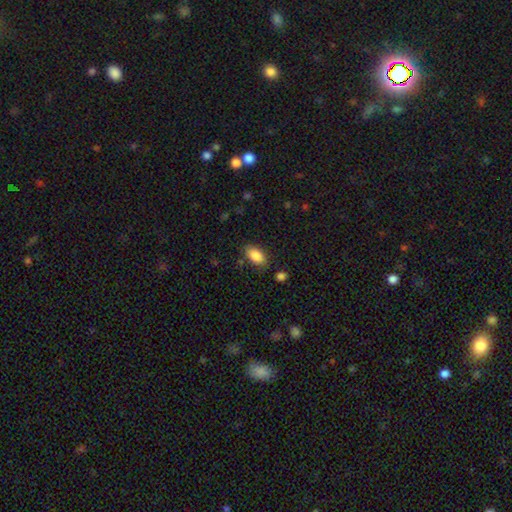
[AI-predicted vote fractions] Smooth or featured? Predicted: smooth (p=0.87). How rounded? Predicted: in between (p=0.92). Merging? Predicted: none (p=0.81).